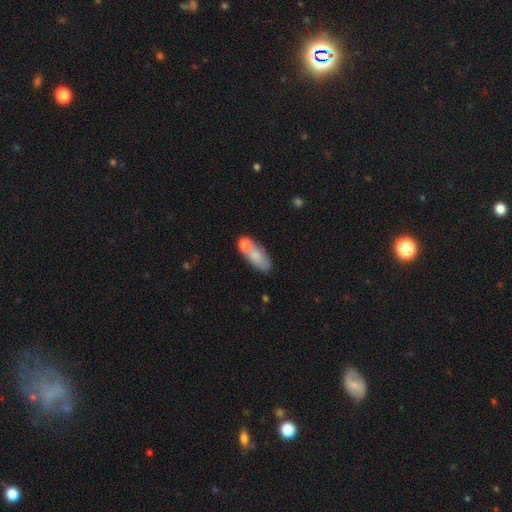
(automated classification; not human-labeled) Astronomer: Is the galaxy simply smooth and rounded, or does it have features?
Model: smooth — 75%.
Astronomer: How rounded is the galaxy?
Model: in between — 73%.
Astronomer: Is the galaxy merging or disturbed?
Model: none — 49% (runner-up: merger, 25%).